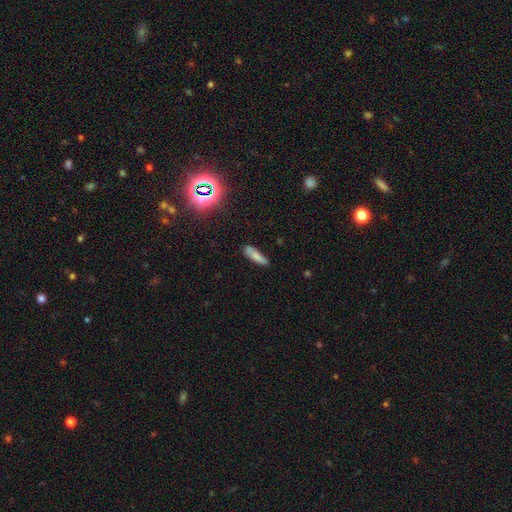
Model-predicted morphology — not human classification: Smooth or featured: smooth — 78% (featured or disk — 12%)
How rounded: cigar-shaped — 65% (in between — 33%)
Merging: none — 79% (minor disturbance — 16%)